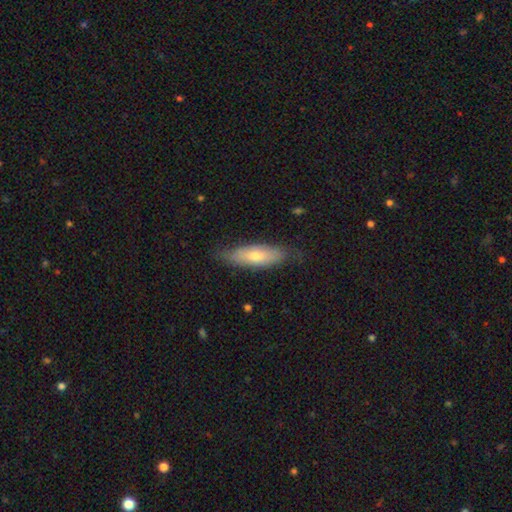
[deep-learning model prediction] Overall: smooth (62%; featured or disk 32%). How rounded: in between (55%; cigar-shaped 42%). Merging: none (75%).